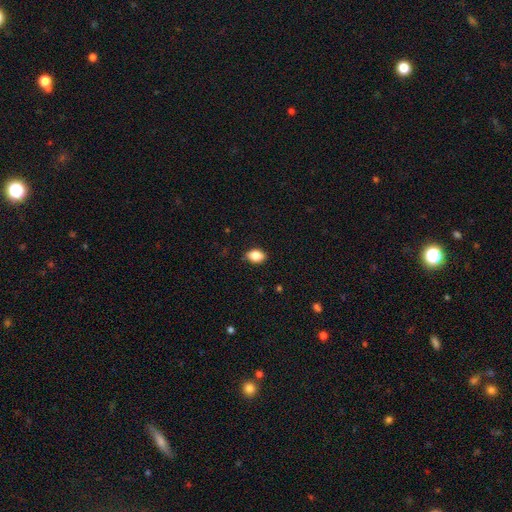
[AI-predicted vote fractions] This is clearly a smooth galaxy (86%). How rounded: clearly in between (83%). Merging: clearly none (86%).